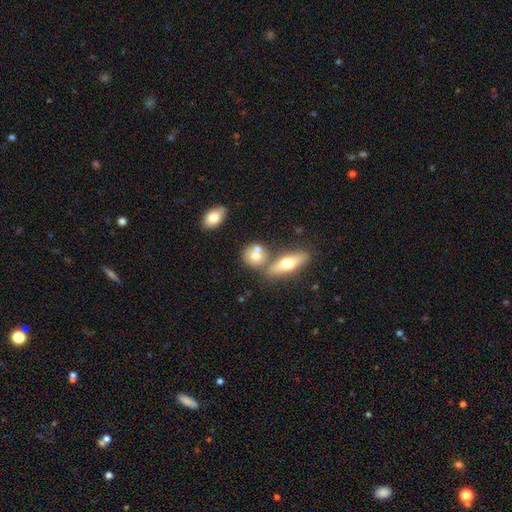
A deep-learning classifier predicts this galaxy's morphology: This is likely a smooth galaxy (70%). How rounded: likely round (66%). Merging: possibly none (53%).